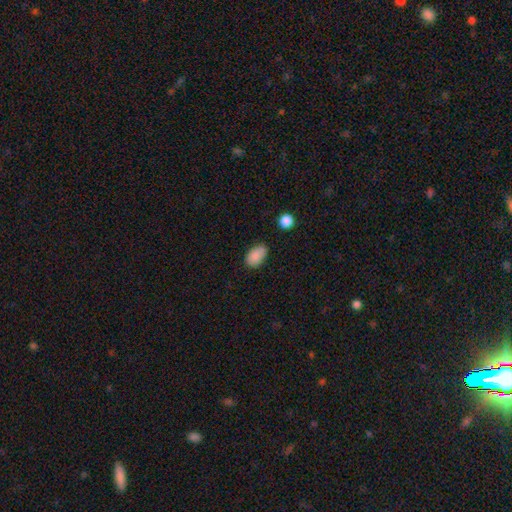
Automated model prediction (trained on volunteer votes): smooth-or-featured: smooth: 88% | star or artifact: 8% | featured or disk: 4%
  how-rounded: in between: 90% | round: 8% | cigar-shaped: 1%
  merging: none: 71% | minor disturbance: 22% | major disturbance: 4% | merger: 3%